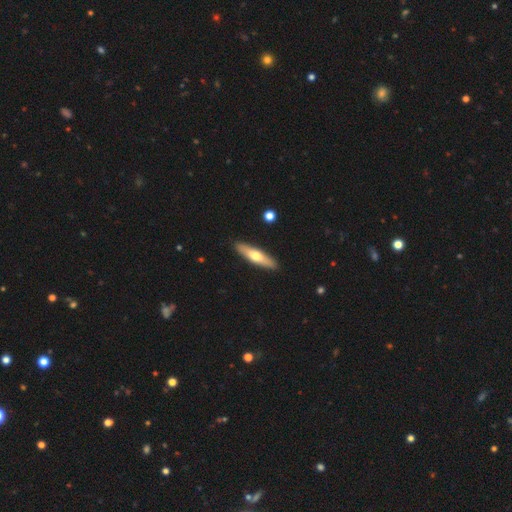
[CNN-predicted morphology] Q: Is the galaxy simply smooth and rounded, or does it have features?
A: smooth — 52%.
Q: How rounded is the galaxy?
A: cigar-shaped — 75%.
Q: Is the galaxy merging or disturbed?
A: none — 90%.